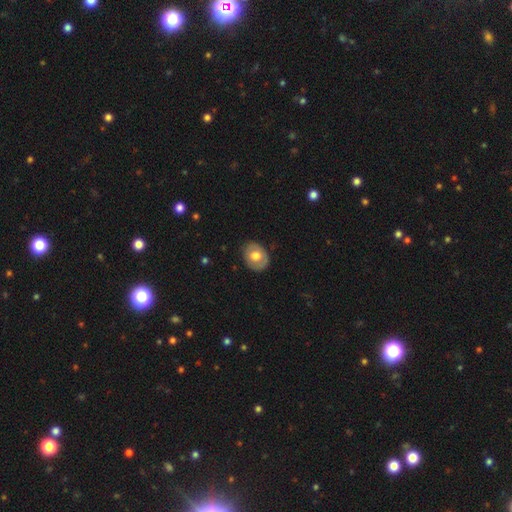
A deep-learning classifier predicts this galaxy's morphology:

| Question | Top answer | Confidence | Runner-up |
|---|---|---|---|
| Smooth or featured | smooth | 59% | featured or disk (35%) |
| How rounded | in between | 50% | round (49%) |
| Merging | none | 81% | minor disturbance (15%) |